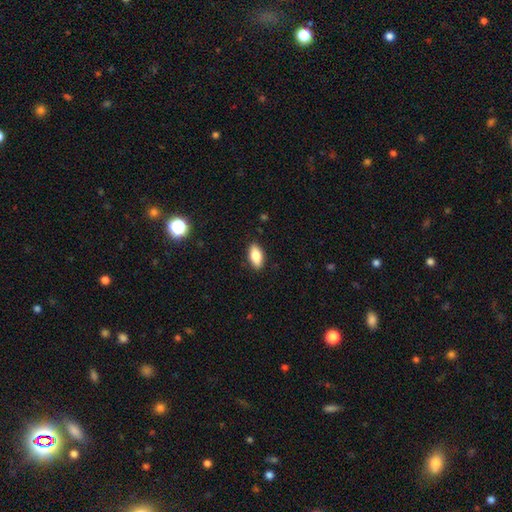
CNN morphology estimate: Smooth or featured? Predicted: smooth (p=0.80). How rounded? Predicted: in between (p=0.87). Merging? Predicted: none (p=0.88).